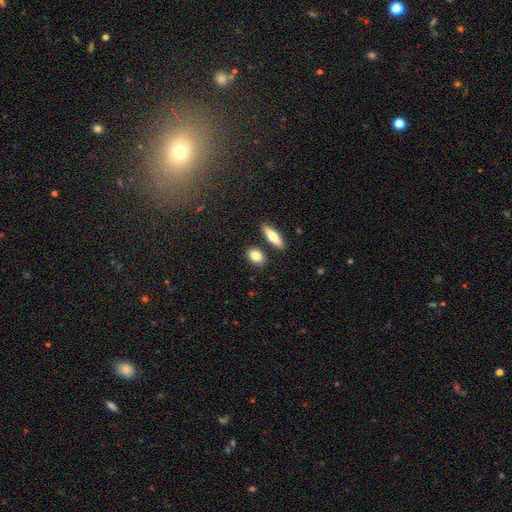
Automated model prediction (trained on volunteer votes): smooth_or_featured: smooth (p=0.81) [alt: featured or disk p=0.12]
how_rounded: in between (p=0.72) [alt: round p=0.19]
merging: none (p=0.78) [alt: minor disturbance p=0.11]